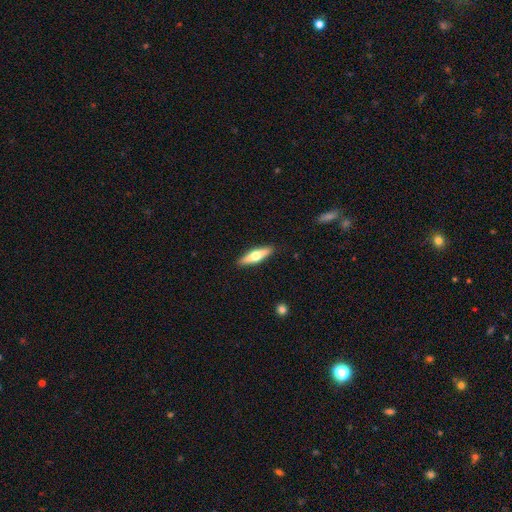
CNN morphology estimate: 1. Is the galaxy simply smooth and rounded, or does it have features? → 48% smooth, 47% featured or disk, 5% star or artifact.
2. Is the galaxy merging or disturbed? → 90% none, 7% minor disturbance, 2% major disturbance, 1% merger.